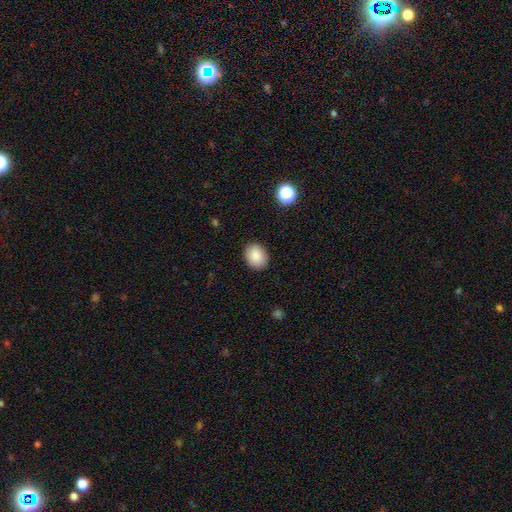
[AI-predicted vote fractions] Q: Smooth or featured?
A: smooth (88%); runner-up: star or artifact (8%)
Q: How rounded?
A: in between (57%); runner-up: round (42%)
Q: Merging?
A: none (88%); runner-up: minor disturbance (8%)